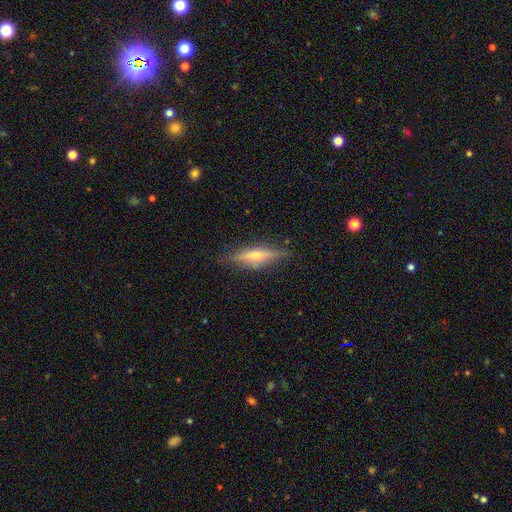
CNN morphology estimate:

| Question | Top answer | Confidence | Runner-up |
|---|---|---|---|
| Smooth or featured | featured or disk | 54% | smooth (39%) |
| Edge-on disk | yes | 93% | no (7%) |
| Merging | none | 82% | minor disturbance (13%) |